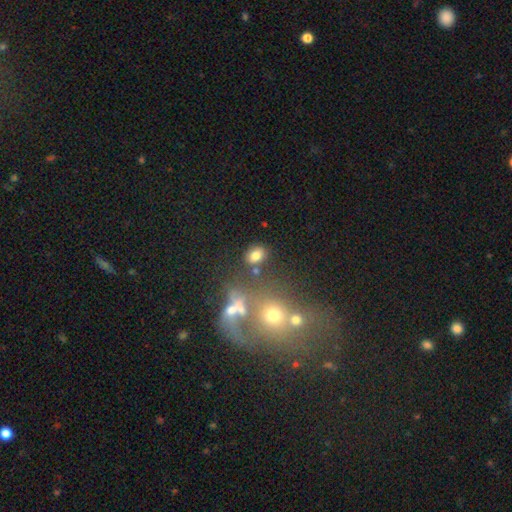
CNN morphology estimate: Q: Smooth or featured?
A: smooth (76%); runner-up: star or artifact (13%)
Q: How rounded?
A: in between (69%); runner-up: round (29%)
Q: Merging?
A: none (71%); runner-up: minor disturbance (12%)